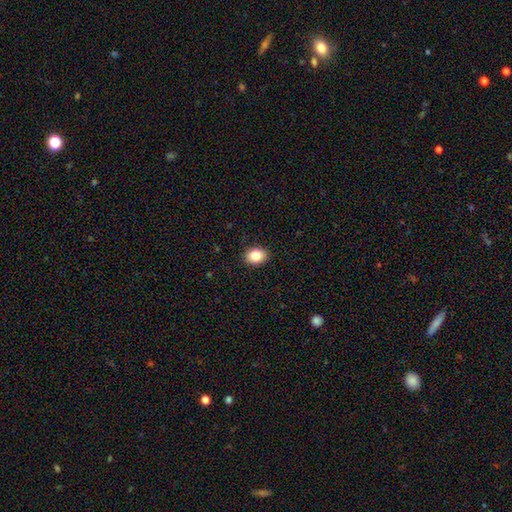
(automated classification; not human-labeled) Morphology: type=smooth (84%); roundness=in between (61%); merging=none (89%).